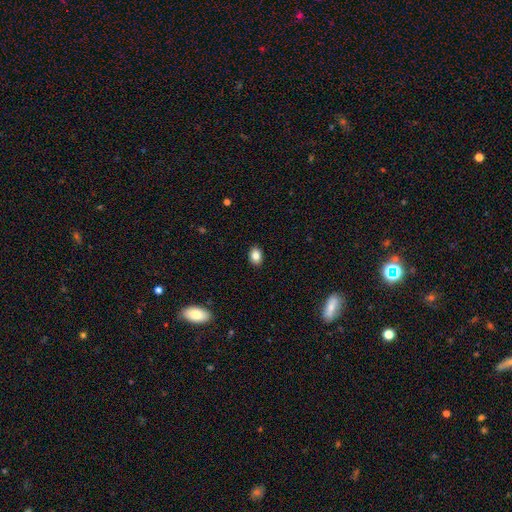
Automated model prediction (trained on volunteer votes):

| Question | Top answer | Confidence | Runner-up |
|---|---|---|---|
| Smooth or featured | smooth | 86% | star or artifact (9%) |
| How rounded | in between | 72% | round (27%) |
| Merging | none | 90% | minor disturbance (7%) |